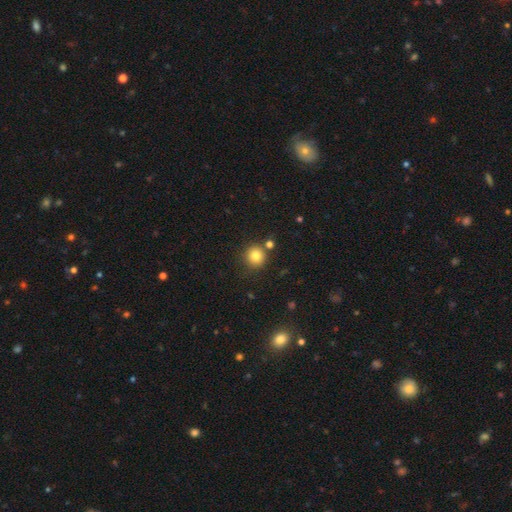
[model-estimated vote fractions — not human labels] The model was most divided on "merging": none: 78%, merger: 9%, minor disturbance: 9%, major disturbance: 3%. More confident: how rounded — round (93%); smooth or featured — smooth (81%).